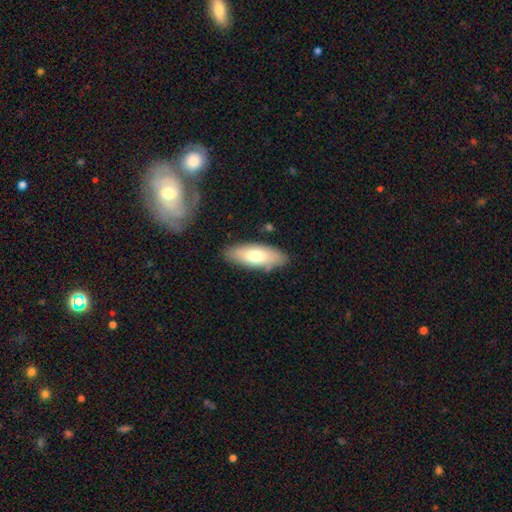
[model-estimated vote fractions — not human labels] The model was most divided on "how rounded": in between: 71%, cigar-shaped: 27%, round: 2%. More confident: merging — none (83%); smooth or featured — smooth (69%).